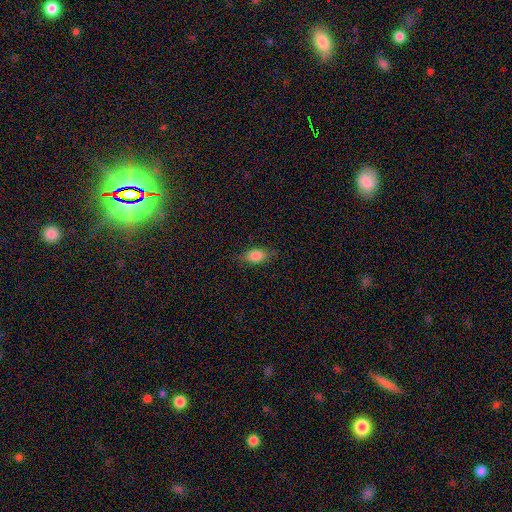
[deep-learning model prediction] The model was most divided on "merging": none: 81%, minor disturbance: 14%, major disturbance: 3%, merger: 1%. More confident: how rounded — in between (85%); smooth or featured — smooth (81%).